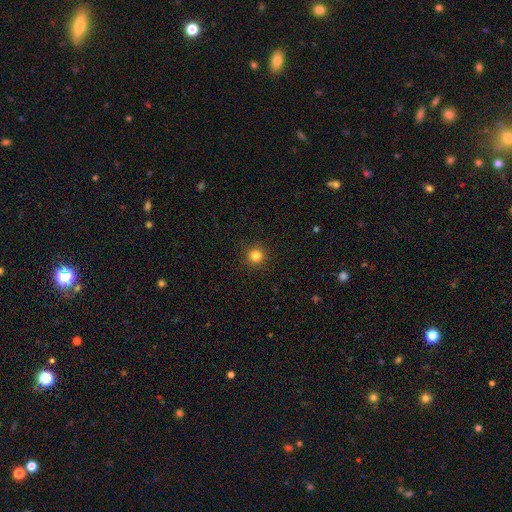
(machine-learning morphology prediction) type=smooth (83%); roundness=round (95%); merging=none (92%).